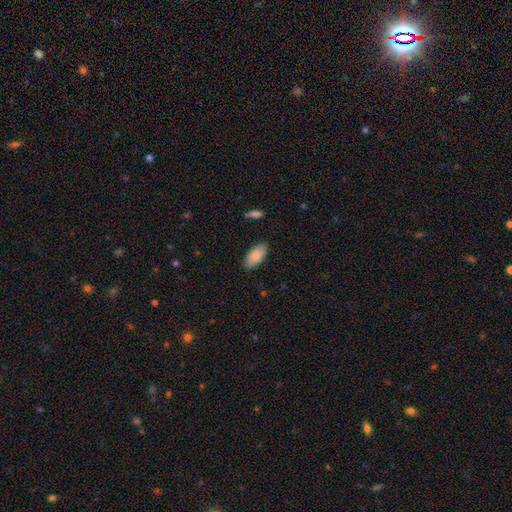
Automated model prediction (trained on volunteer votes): A smooth galaxy with no disk features (87%) that is in between round and cigar-shaped (94%). Merging: none (86%).